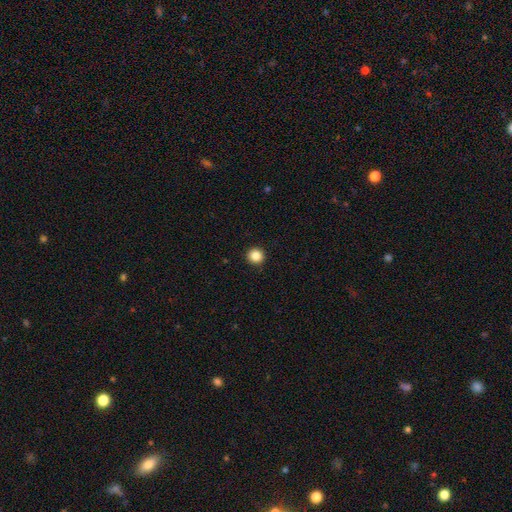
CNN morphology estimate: This appears to be a smooth galaxy with no disk features (87%) that is round (94%). Merging: none (93%).